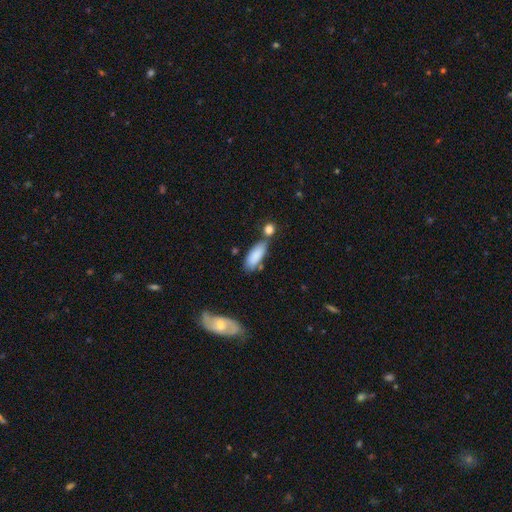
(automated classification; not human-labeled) A smooth galaxy with no disk features (85%) that is in between round and cigar-shaped (75%).

Vote fractions:
- Smooth or featured? smooth: 85% / featured or disk: 9% / star or artifact: 6%
- How rounded? in between: 75% / cigar-shaped: 23% / round: 2%
- Merging? none: 56% / merger: 21% / minor disturbance: 18% / major disturbance: 5%